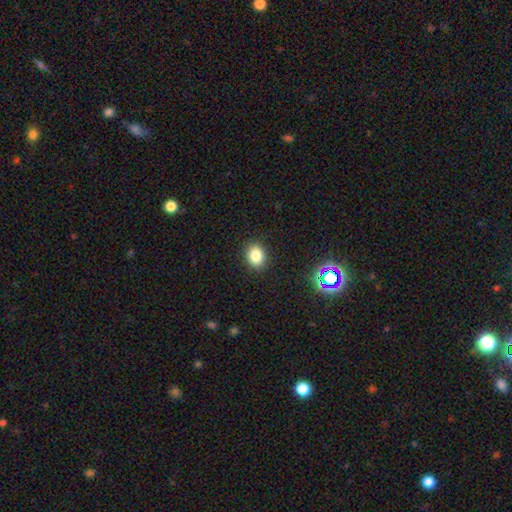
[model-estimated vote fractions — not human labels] Morphology: type=smooth (82%); roundness=in between (56%); merging=none (89%).